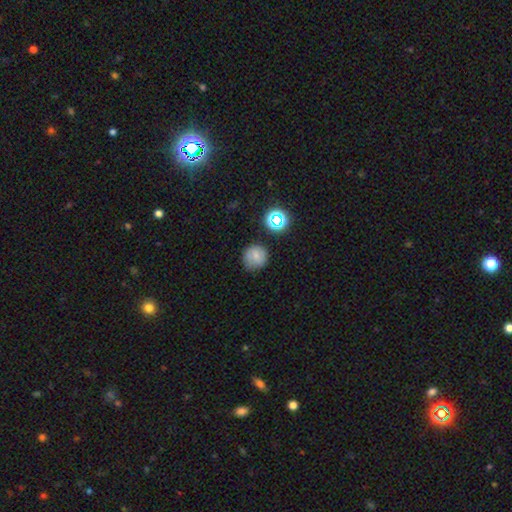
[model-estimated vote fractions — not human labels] Smooth or featured: smooth — 75% (star or artifact — 14%)
How rounded: round — 92% (in between — 7%)
Merging: none — 79% (minor disturbance — 15%)